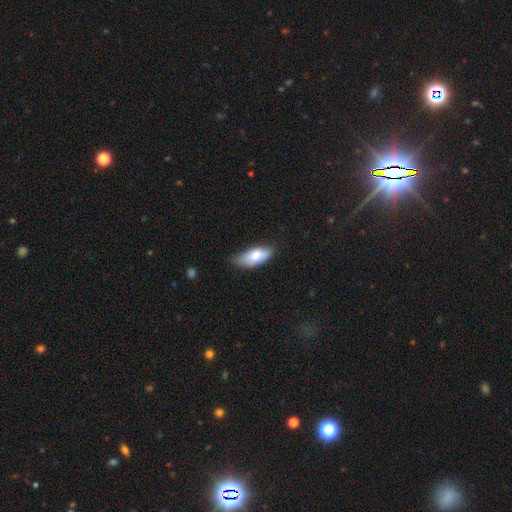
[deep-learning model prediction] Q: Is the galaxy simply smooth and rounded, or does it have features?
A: smooth — 74%.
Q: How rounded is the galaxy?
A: in between — 86%.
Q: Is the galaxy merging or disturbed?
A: none — 63%.